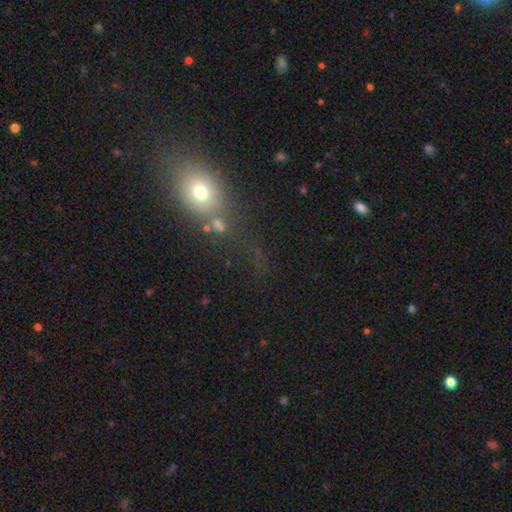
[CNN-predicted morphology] type=smooth (53%); roundness=round (52%); merging=none (55%).